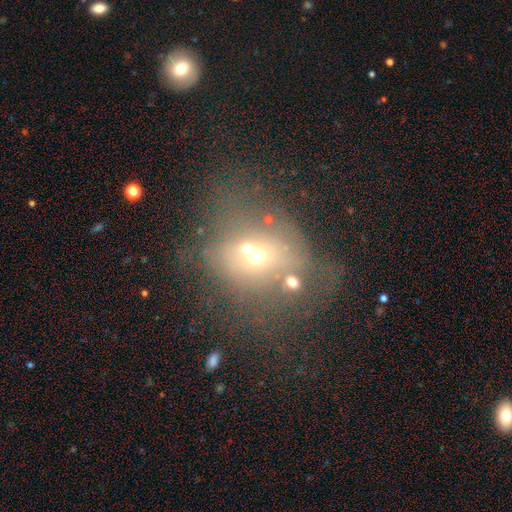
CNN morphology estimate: The model was most divided on "smooth or featured": smooth: 43%, featured or disk: 32%, star or artifact: 25%. Remaining: merging — merger (45%).